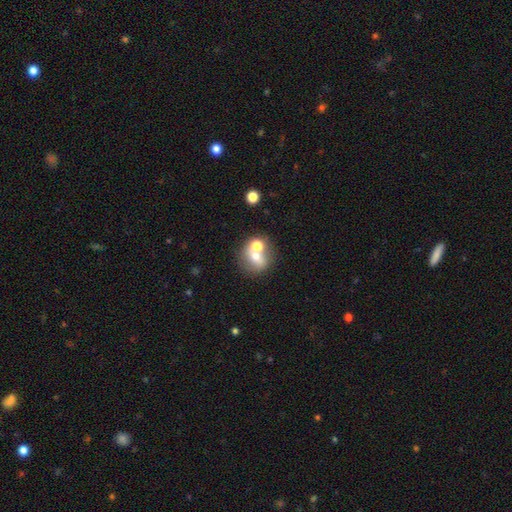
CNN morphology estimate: A smooth galaxy with no disk features (62%) that is round (75%). Merging: merger (45%).